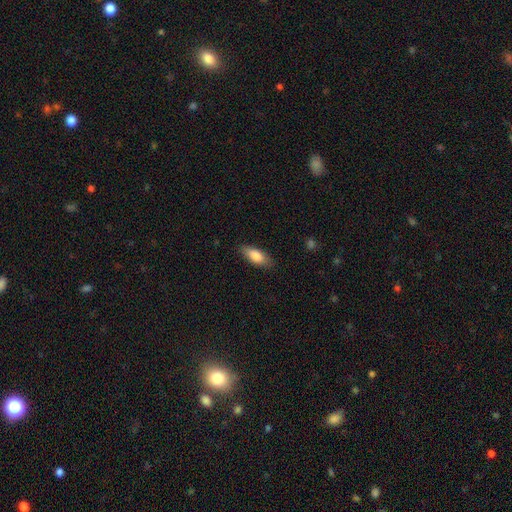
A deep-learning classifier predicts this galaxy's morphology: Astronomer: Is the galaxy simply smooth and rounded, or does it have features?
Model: smooth — 81%.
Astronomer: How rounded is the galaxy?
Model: in between — 75%.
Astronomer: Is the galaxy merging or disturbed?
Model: none — 83%.